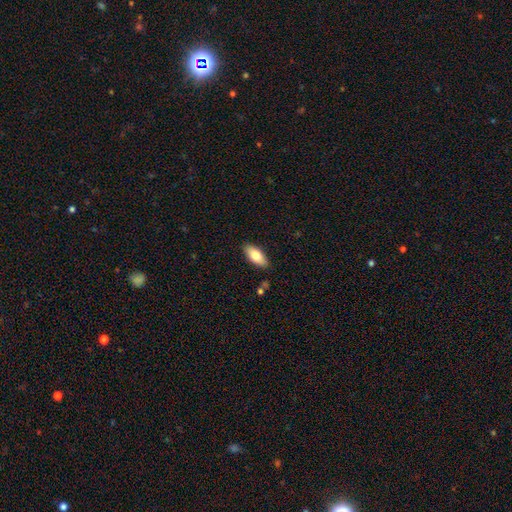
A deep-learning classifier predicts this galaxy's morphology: This is likely a smooth galaxy (76%). How rounded: clearly in between (85%). Merging: clearly none (87%).